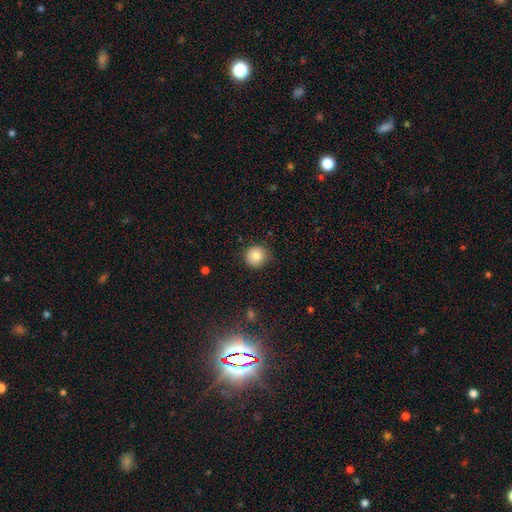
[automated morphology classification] smooth_or_featured: smooth (p=0.85) [alt: star or artifact p=0.10]
how_rounded: round (p=0.92) [alt: in between p=0.07]
merging: none (p=0.84) [alt: minor disturbance p=0.12]